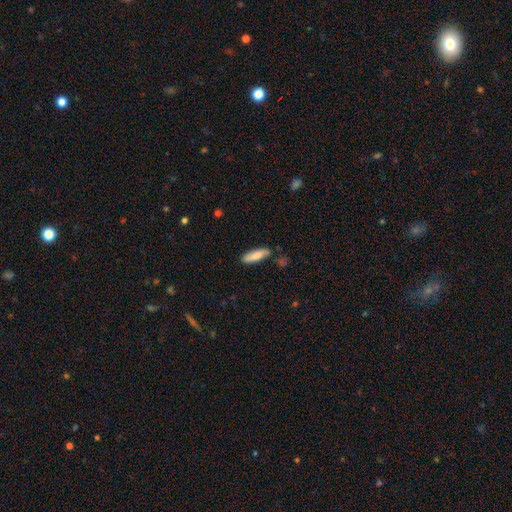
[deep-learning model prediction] Q: Smooth or featured?
A: smooth (83%); runner-up: featured or disk (11%)
Q: How rounded?
A: cigar-shaped (52%); runner-up: in between (46%)
Q: Merging?
A: none (77%); runner-up: minor disturbance (15%)